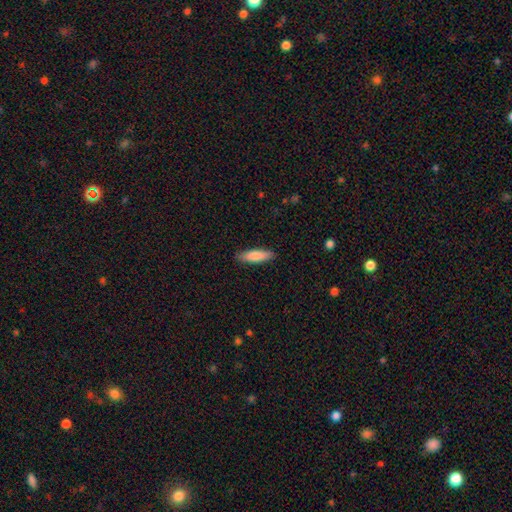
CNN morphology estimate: smooth_or_featured: smooth (p=0.84) [alt: featured or disk p=0.10]
how_rounded: cigar-shaped (p=0.62) [alt: in between p=0.36]
merging: none (p=0.89) [alt: minor disturbance p=0.08]